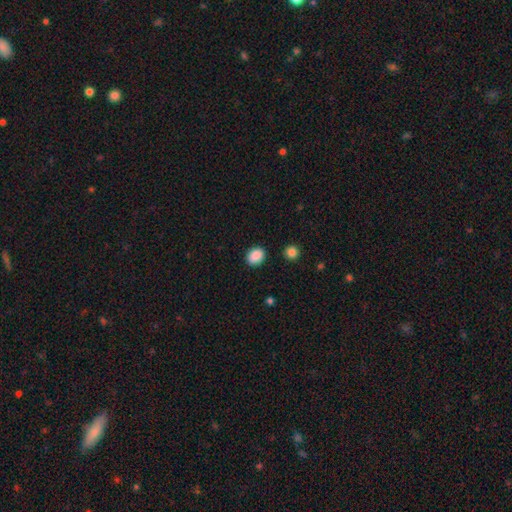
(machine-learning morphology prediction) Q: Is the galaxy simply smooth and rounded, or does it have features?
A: smooth — 89%.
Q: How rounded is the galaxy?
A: in between — 51%.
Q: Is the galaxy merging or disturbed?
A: none — 88%.